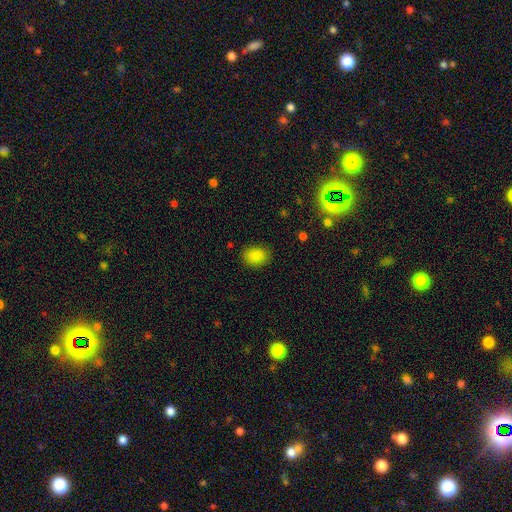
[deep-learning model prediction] Smooth or featured? smooth (86%)
How rounded? in between (63%)
Merging? none (83%)